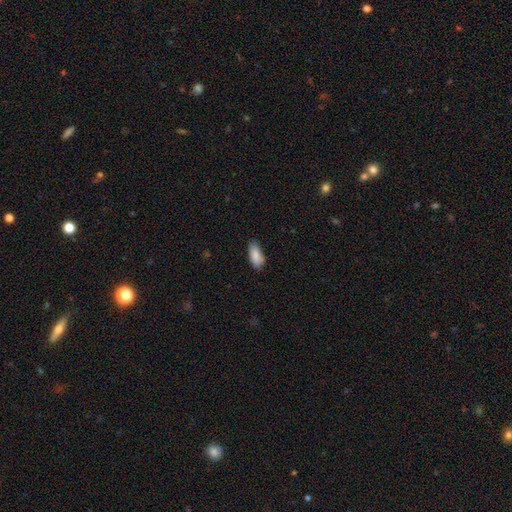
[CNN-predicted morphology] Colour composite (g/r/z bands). It shows a smooth galaxy with no disk features (88%) that is in between round and cigar-shaped (83%). Merging: none (82%).